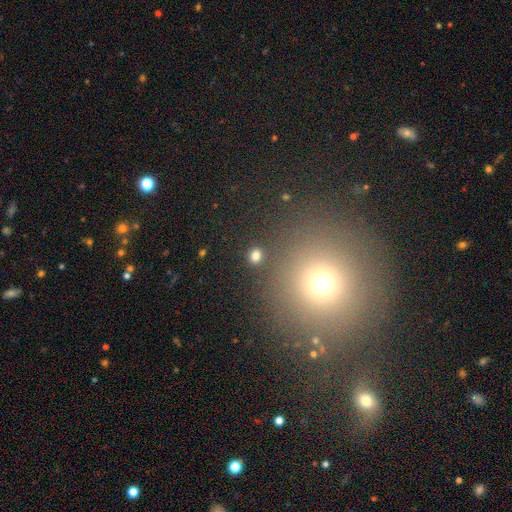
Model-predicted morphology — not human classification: Smooth or featured? Predicted: smooth (p=0.79). How rounded? Predicted: round (p=0.78). Merging? Predicted: none (p=0.88).